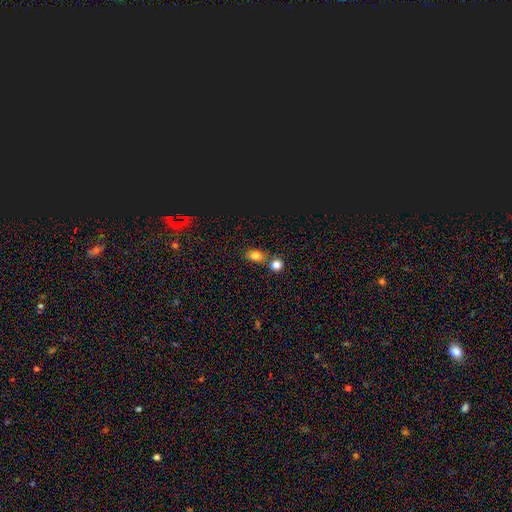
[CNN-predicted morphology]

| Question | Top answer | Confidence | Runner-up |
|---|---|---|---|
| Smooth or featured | smooth | 78% | star or artifact (14%) |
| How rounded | in between | 70% | round (28%) |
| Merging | none | 60% | merger (28%) |